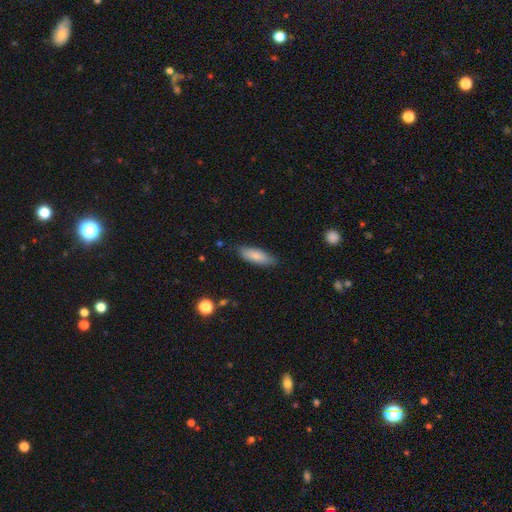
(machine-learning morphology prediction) Q: Smooth or featured?
A: smooth (81%); runner-up: featured or disk (13%)
Q: How rounded?
A: in between (59%); runner-up: cigar-shaped (39%)
Q: Merging?
A: none (80%); runner-up: minor disturbance (16%)